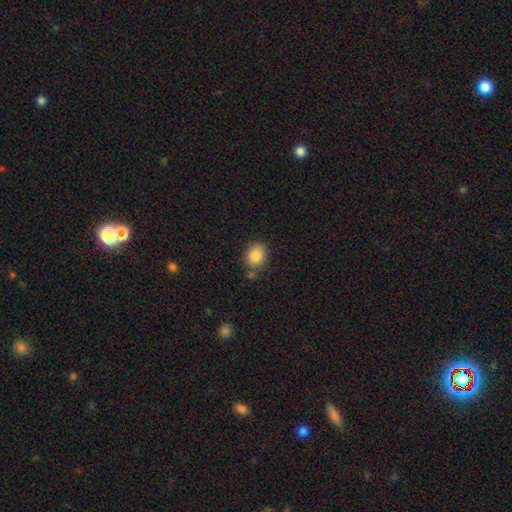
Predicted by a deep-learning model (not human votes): Morphology: type=smooth (86%); roundness=round (50%); merging=none (73%).